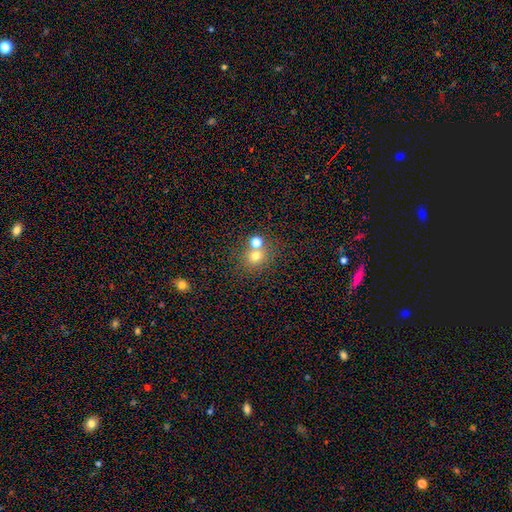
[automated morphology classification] A smooth galaxy with no disk features (72%) that is round (81%).

Vote fractions:
- Smooth or featured? smooth: 72% / star or artifact: 17% / featured or disk: 12%
- How rounded? round: 81% / in between: 18% / cigar-shaped: 1%
- Merging? none: 55% / merger: 34% / minor disturbance: 7% / major disturbance: 3%